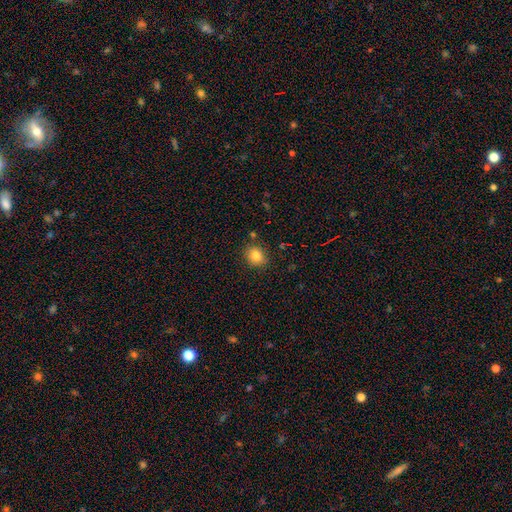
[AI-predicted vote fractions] Overall: smooth (82%). How rounded: round (65%; in between 34%). Merging: none (86%).